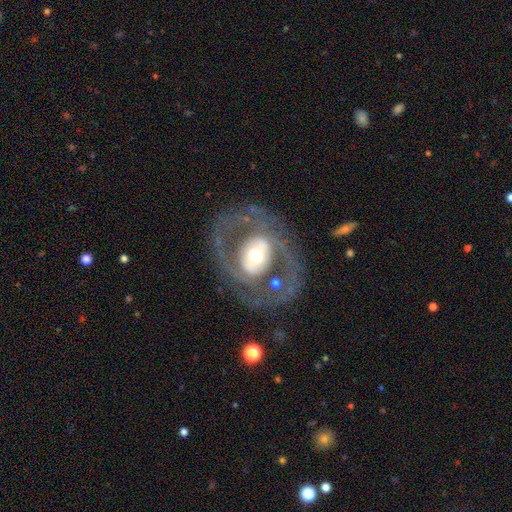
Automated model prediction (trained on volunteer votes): Smooth or featured: featured or disk — 78% (smooth — 16%)
Edge-on disk: no — 96% (yes — 4%)
Bar: no — 52% (weak — 27%)
Spiral arms: yes — 65% (no — 35%)
Bulge size: moderate — 59% (large — 27%)
Merging: none — 71% (major disturbance — 14%)